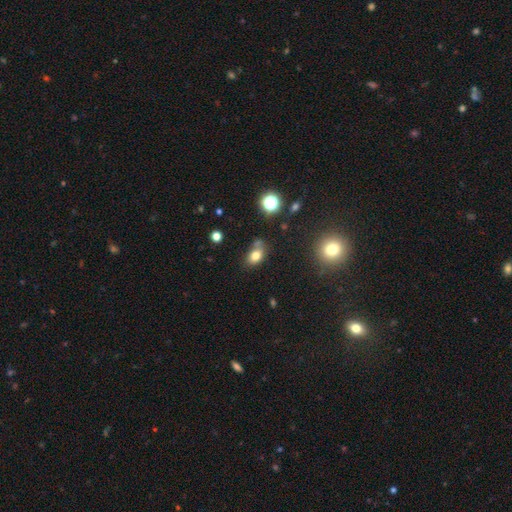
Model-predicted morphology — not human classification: The model was most divided on "merging": none: 53%, minor disturbance: 23%, merger: 16%, major disturbance: 8%. More confident: smooth or featured — smooth (76%); how rounded — in between (72%).